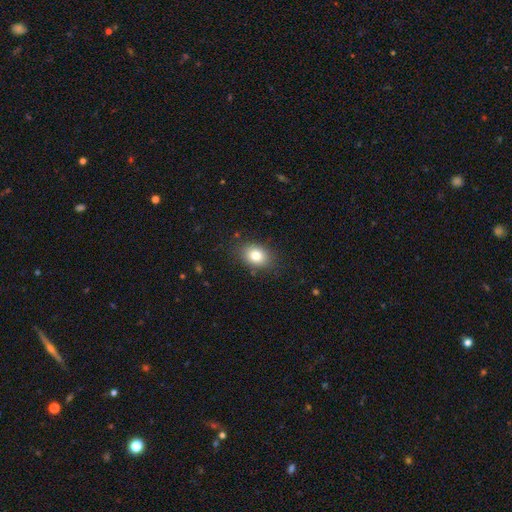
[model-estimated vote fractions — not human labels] The model was most divided on "how rounded": in between: 63%, round: 36%, cigar-shaped: 1%. More confident: merging — none (83%); smooth or featured — smooth (81%).